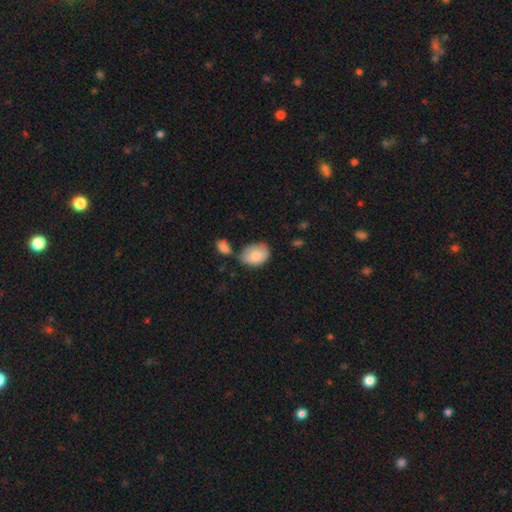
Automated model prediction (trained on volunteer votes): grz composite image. It shows a smooth galaxy with no disk features (82%) that is in between round and cigar-shaped (77%). Merging: none (46%).